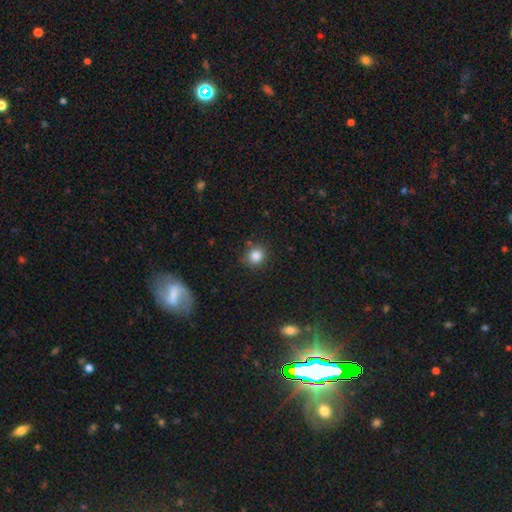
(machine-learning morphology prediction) The model was most divided on "how rounded": round: 81%, in between: 18%, cigar-shaped: 1%. More confident: smooth or featured — smooth (84%); merging — none (81%).